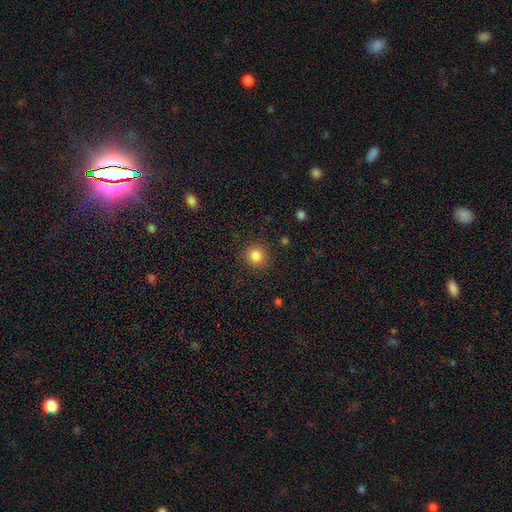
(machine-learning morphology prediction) Overall: smooth (85%). How rounded: round (90%). Merging: none (87%).